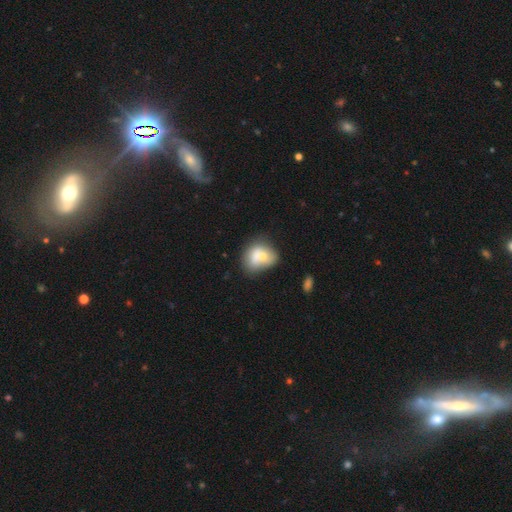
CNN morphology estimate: Smooth or featured: smooth — 66% (featured or disk — 26%)
How rounded: round — 50% (in between — 49%)
Merging: merger — 41% (none — 31%)